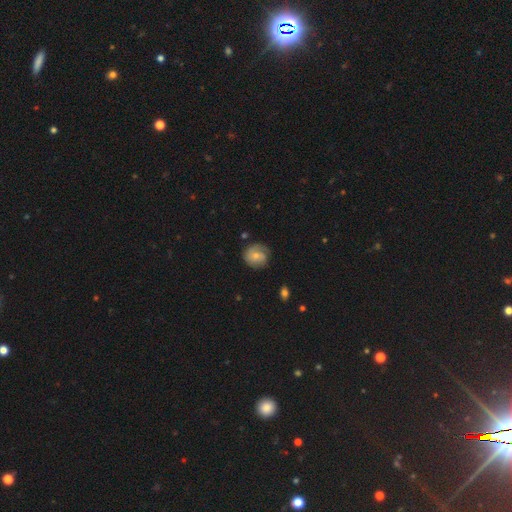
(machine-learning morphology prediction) Q: Smooth or featured?
A: featured or disk (49%); runner-up: smooth (43%)
Q: Merging?
A: none (70%); runner-up: minor disturbance (21%)